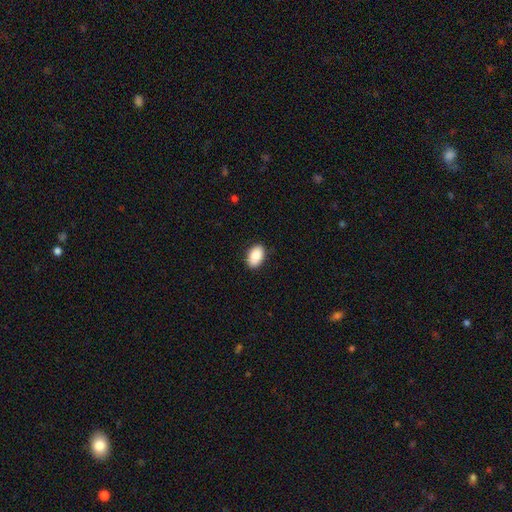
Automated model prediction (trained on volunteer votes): smooth_or_featured: smooth (p=0.89) [alt: star or artifact p=0.07]
how_rounded: in between (p=0.92) [alt: round p=0.06]
merging: none (p=0.88) [alt: minor disturbance p=0.09]